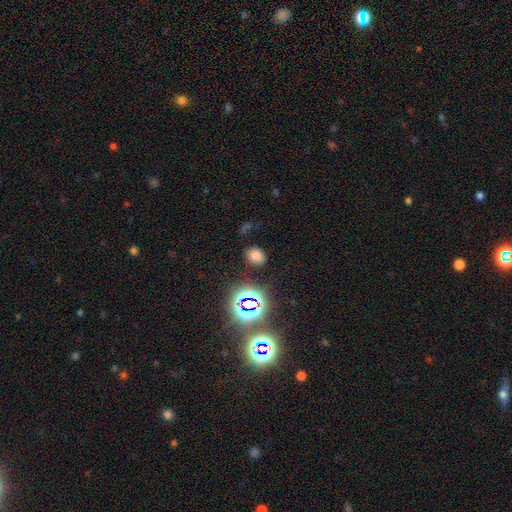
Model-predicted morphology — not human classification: This appears to be a smooth galaxy with no disk features (69%) that is in between round and cigar-shaped (60%). Merging: none (81%).